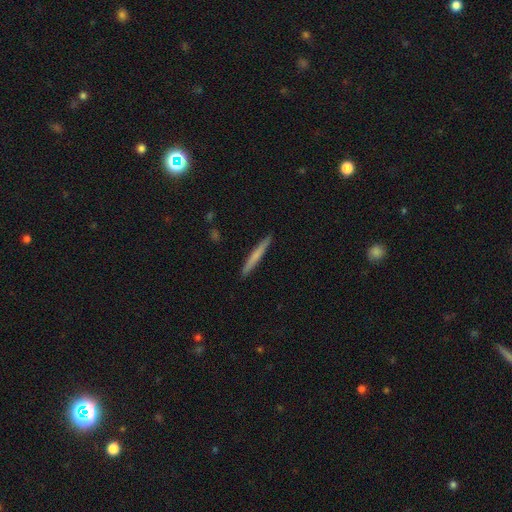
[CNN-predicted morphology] The model was most divided on "smooth or featured": smooth: 62%, featured or disk: 32%, star or artifact: 6%. More confident: how rounded — cigar-shaped (97%); merging — none (91%).